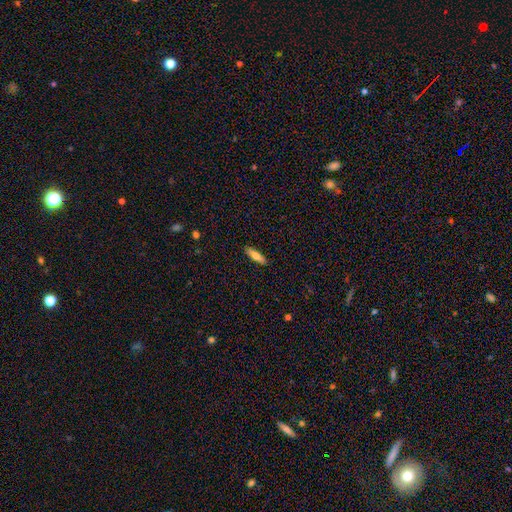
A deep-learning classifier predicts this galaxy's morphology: type=smooth (72%); roundness=cigar-shaped (69%); merging=none (90%).